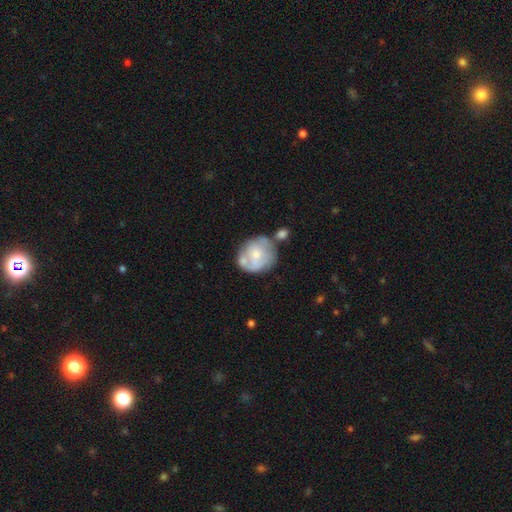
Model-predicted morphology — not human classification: Smooth or featured?
  - smooth: 49% *
  - featured or disk: 45%
  - star or artifact: 7%
Merging?
  - none: 43% *
  - merger: 24%
  - minor disturbance: 23%
  - major disturbance: 11%